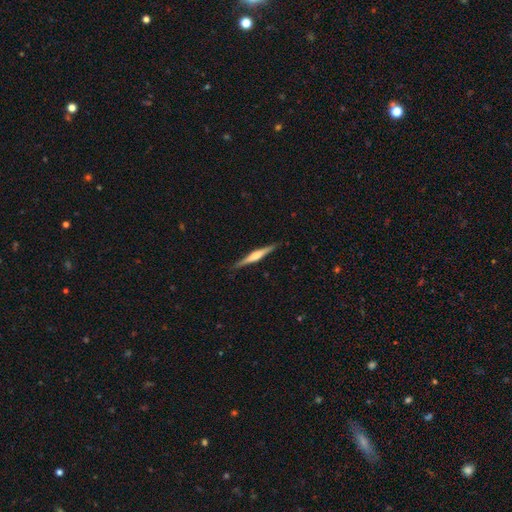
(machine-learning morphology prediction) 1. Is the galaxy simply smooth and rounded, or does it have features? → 71% featured or disk, 24% smooth, 5% star or artifact.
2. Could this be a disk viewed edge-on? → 98% yes, 2% no.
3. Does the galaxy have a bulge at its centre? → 74% rounded, 17% boxy, 9% none.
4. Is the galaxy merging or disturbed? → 89% none, 8% minor disturbance, 1% major disturbance, 1% merger.